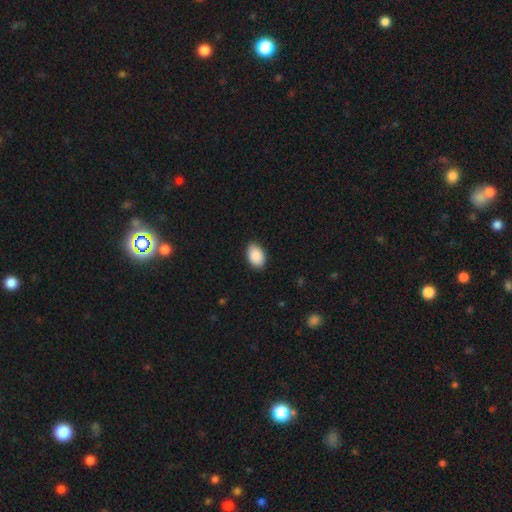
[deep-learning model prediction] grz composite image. It shows a smooth galaxy with no disk features (90%) that is in between round and cigar-shaped (90%). Merging: none (86%).